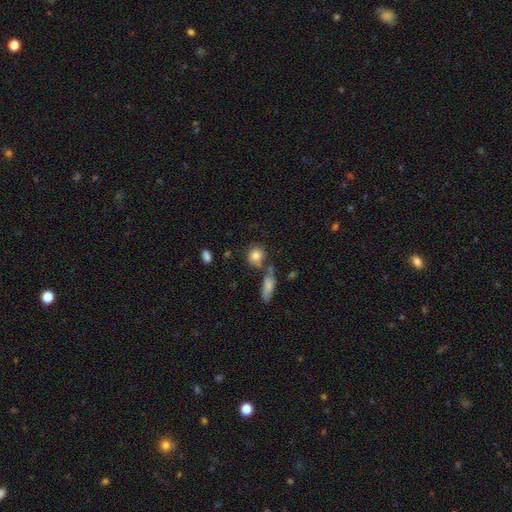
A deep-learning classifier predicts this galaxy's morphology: The model was most divided on "merging": none: 60%, merger: 21%, minor disturbance: 13%, major disturbance: 5%. More confident: smooth or featured — smooth (83%); how rounded — round (75%).